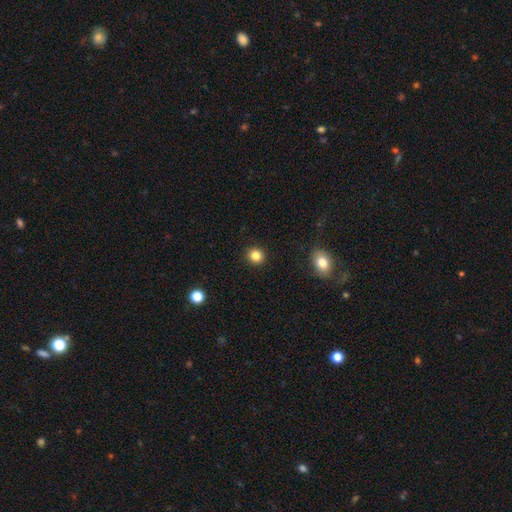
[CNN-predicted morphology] A smooth galaxy with no disk features (84%) that is round (89%). Merging: none (92%).